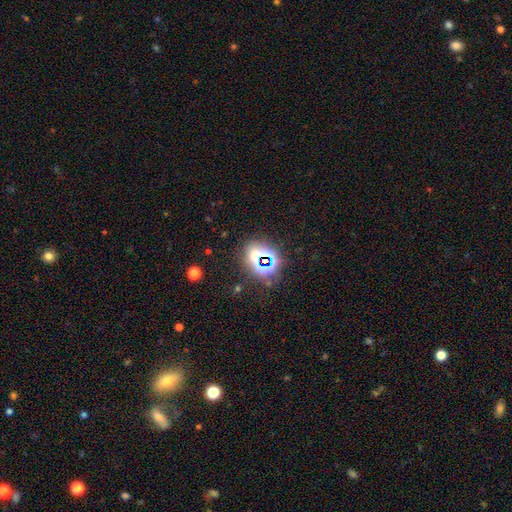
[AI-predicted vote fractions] The model was most divided on "smooth or featured": star or artifact: 65%, smooth: 25%, featured or disk: 10%.